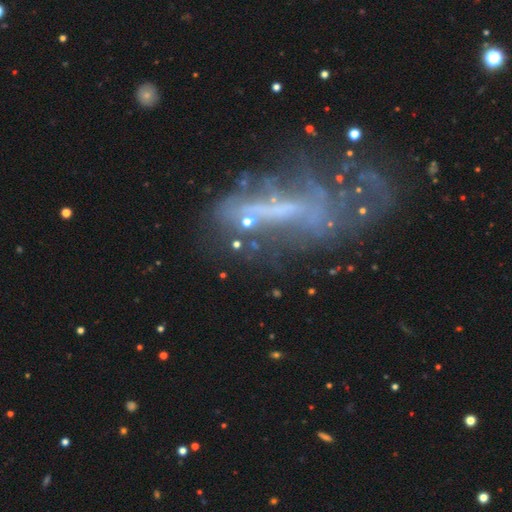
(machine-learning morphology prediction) Smooth or featured: featured or disk — 60% (star or artifact — 20%)
Edge-on disk: no — 83% (yes — 17%)
Bar: no — 51% (strong — 25%)
Spiral arms: no — 68% (yes — 32%)
Bulge size: none — 60% (small — 23%)
Merging: major disturbance — 39% (none — 35%)